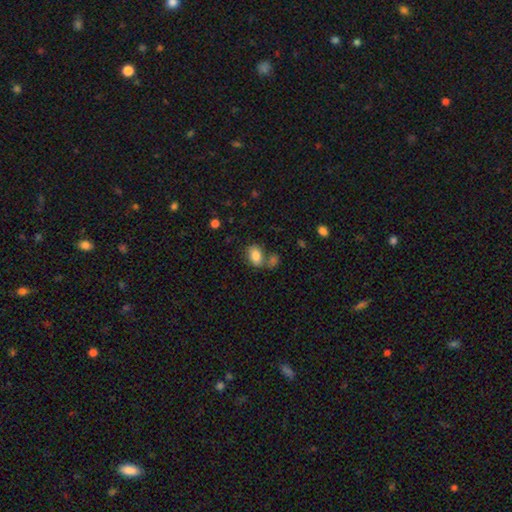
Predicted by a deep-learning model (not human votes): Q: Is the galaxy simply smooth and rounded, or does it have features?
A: smooth — 84%.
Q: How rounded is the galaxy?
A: in between — 81%.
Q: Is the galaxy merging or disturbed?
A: none — 52%.